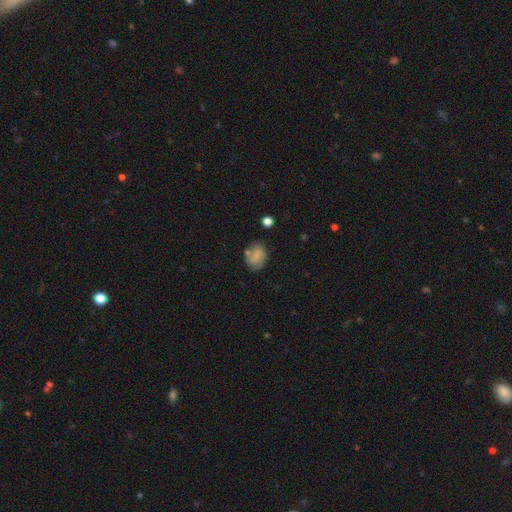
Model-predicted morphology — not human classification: A smooth galaxy with no disk features (68%) that is in between round and cigar-shaped (63%). Merging: none (64%).